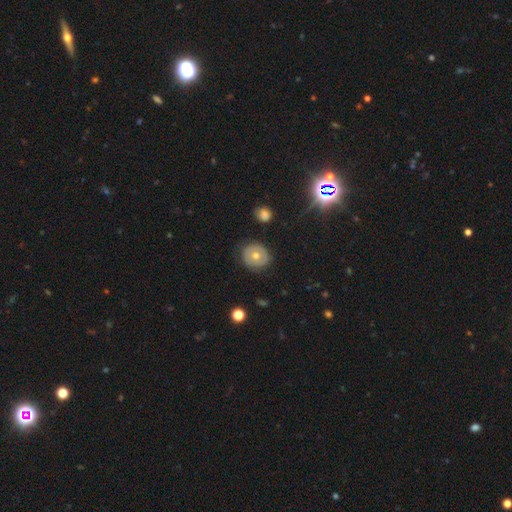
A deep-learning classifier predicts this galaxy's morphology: A smooth galaxy with no disk features (55%) that is round (85%). Merging: none (83%).